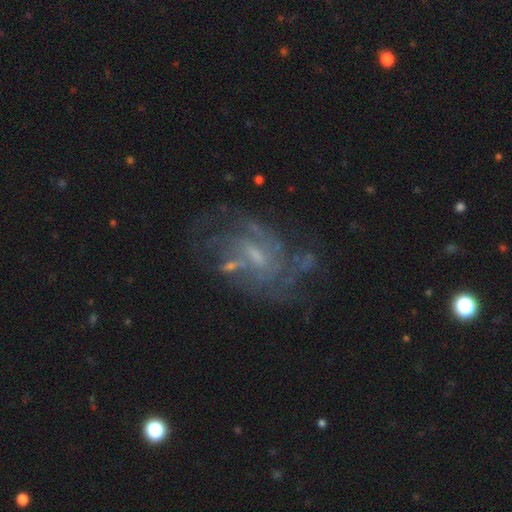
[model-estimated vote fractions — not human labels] This is likely a featured or disk galaxy (79%). It is clearly not viewed edge-on (96%). Bar: possibly weak (52%). Spiral arm pattern: likely yes (78%). Spiral arm count: possibly can't tell (50%). Spiral winding: marginally medium (41%). Central bulge: possibly small (49%). Merging: possibly none (53%).